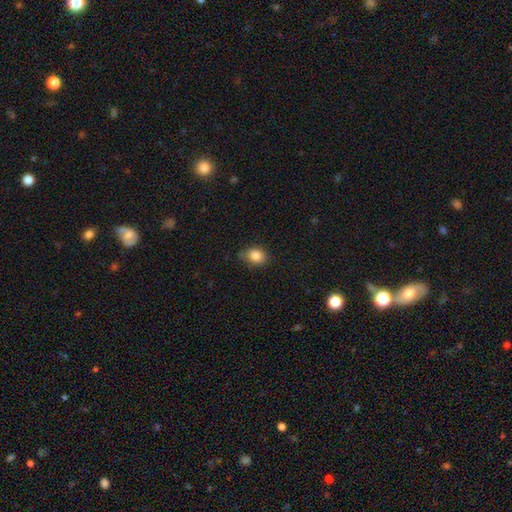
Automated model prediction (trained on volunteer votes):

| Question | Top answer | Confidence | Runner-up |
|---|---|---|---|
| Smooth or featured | smooth | 84% | star or artifact (10%) |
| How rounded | in between | 52% | round (47%) |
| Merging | none | 76% | minor disturbance (19%) |